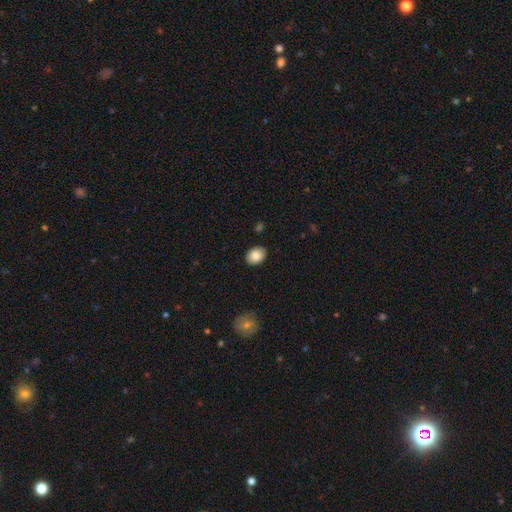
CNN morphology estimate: Overall: smooth (84%). How rounded: in between (69%; round 30%). Merging: none (89%).